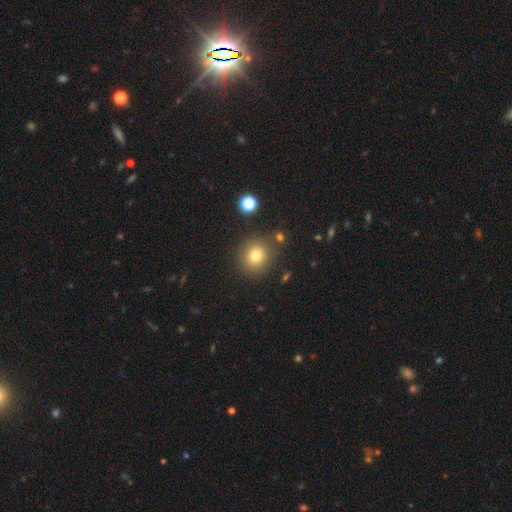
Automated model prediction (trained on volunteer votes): Smooth or featured?
  - smooth: 78% *
  - star or artifact: 14%
  - featured or disk: 8%
How rounded?
  - round: 87% *
  - in between: 12%
  - cigar-shaped: 1%
Merging?
  - none: 84% *
  - minor disturbance: 9%
  - merger: 4%
  - major disturbance: 3%